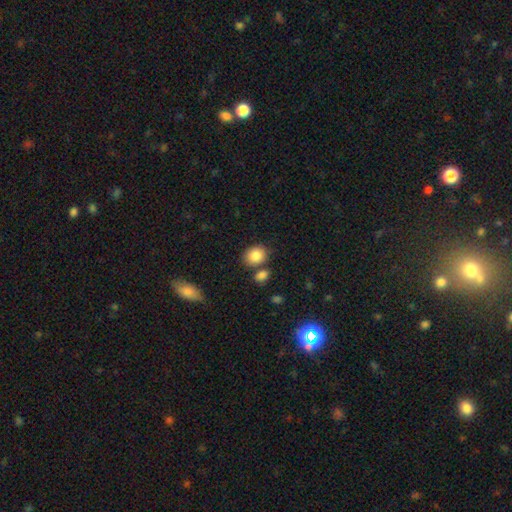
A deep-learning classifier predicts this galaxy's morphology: Smooth or featured?
  - smooth: 86% *
  - star or artifact: 8%
  - featured or disk: 6%
How rounded?
  - round: 50% *
  - in between: 49%
  - cigar-shaped: 1%
Merging?
  - none: 70% *
  - merger: 15%
  - minor disturbance: 12%
  - major disturbance: 3%